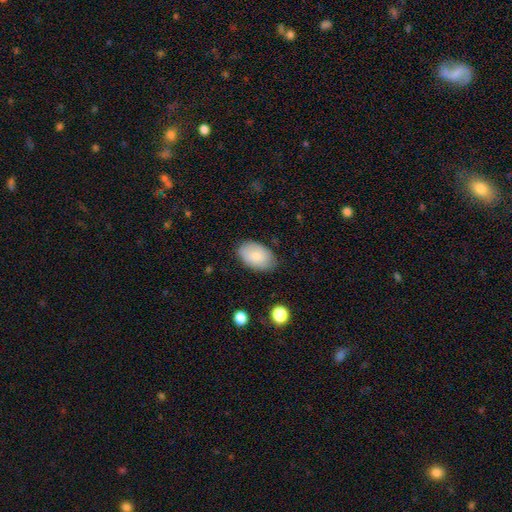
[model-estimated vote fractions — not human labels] Overall: smooth (80%). How rounded: in between (91%). Merging: none (79%).